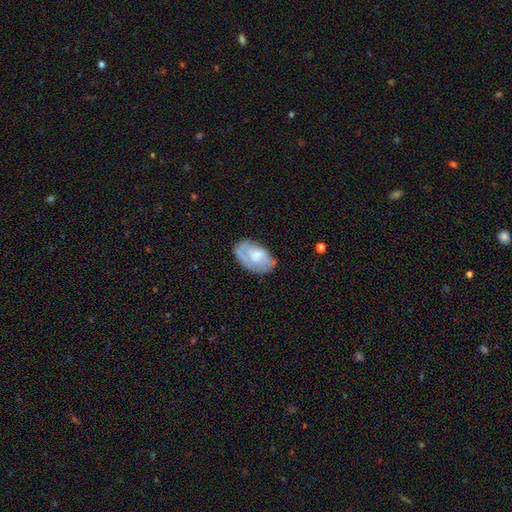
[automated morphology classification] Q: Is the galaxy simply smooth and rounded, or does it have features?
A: smooth — 54%.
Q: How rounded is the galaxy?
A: in between — 92%.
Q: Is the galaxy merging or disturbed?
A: none — 60%.